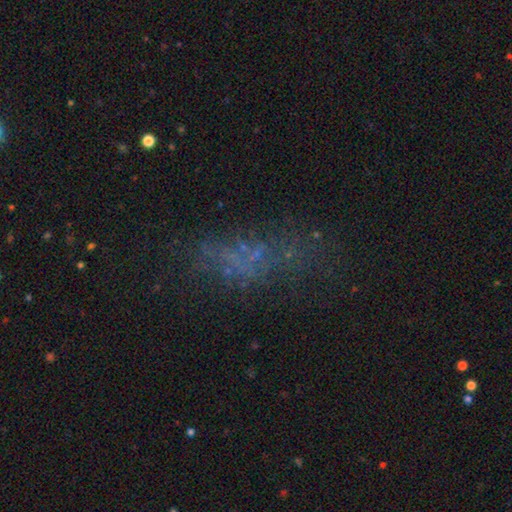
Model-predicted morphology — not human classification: Smooth or featured: smooth — 39% (featured or disk — 31%)
Merging: none — 51% (major disturbance — 23%)